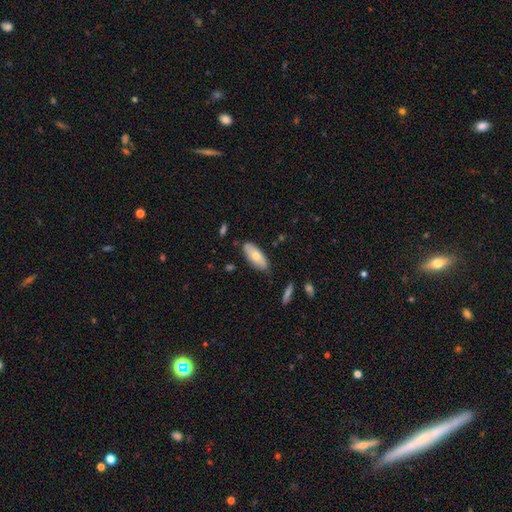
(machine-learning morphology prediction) Smooth or featured: smooth — 65% (featured or disk — 29%)
How rounded: in between — 82% (cigar-shaped — 16%)
Merging: none — 80% (minor disturbance — 15%)